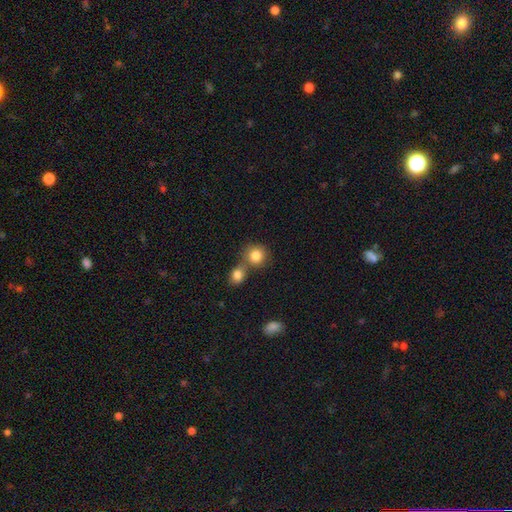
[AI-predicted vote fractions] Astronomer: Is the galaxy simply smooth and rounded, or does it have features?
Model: smooth — 83%.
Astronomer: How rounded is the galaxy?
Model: round — 86%.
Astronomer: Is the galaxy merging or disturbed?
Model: none — 49% (runner-up: merger, 40%).